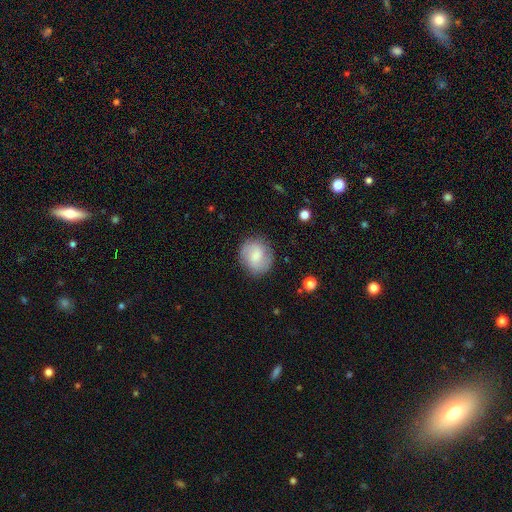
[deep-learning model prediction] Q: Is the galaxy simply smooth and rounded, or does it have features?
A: smooth — 54%.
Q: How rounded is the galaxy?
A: round — 83%.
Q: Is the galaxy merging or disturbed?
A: none — 84%.